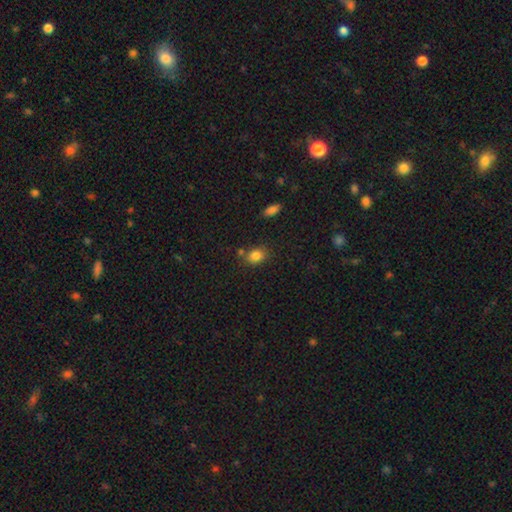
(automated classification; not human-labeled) Smooth or featured? smooth (83%)
How rounded? in between (58%)
Merging? none (68%)